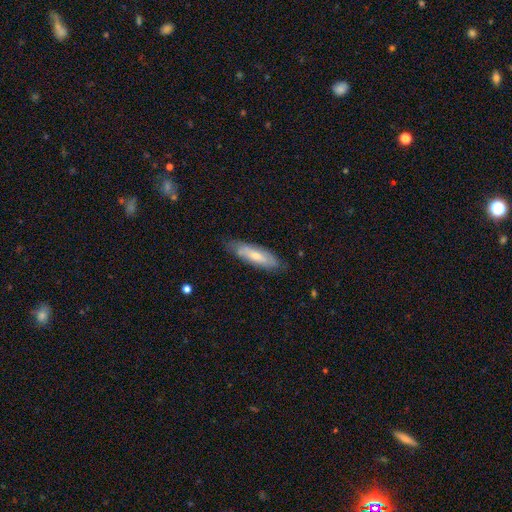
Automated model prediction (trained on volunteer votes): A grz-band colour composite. It shows a smooth galaxy with no disk features (57%) that is cigar-shaped (58%). Merging: none (74%).